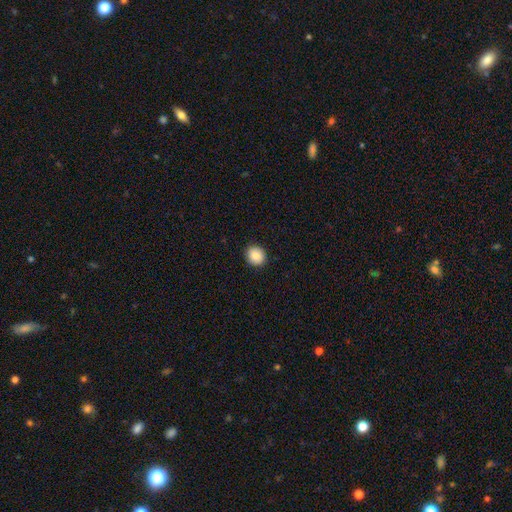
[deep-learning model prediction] A smooth galaxy with no disk features (87%) that is round (85%).

Vote fractions:
- Smooth or featured? smooth: 87% / star or artifact: 8% / featured or disk: 5%
- How rounded? round: 85% / in between: 14% / cigar-shaped: 1%
- Merging? none: 90% / minor disturbance: 7% / major disturbance: 2% / merger: 1%